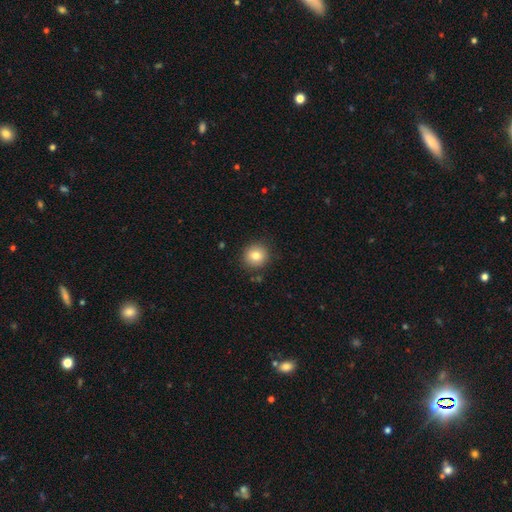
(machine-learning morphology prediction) Q: Smooth or featured?
A: smooth (80%); runner-up: star or artifact (10%)
Q: How rounded?
A: round (90%); runner-up: in between (9%)
Q: Merging?
A: none (88%); runner-up: minor disturbance (8%)